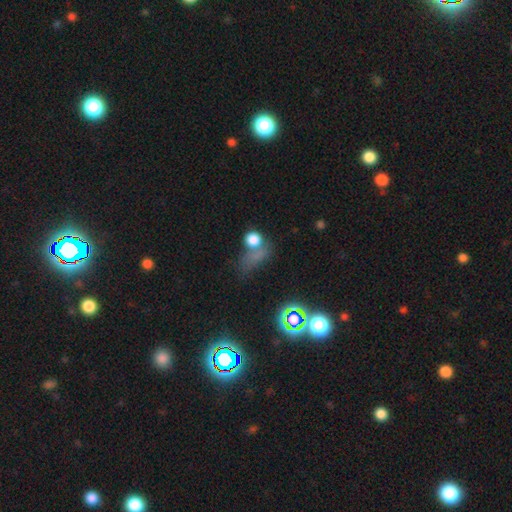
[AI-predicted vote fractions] Smooth or featured? Predicted: smooth (p=0.54). How rounded? Predicted: round (p=0.55). Merging? Predicted: none (p=0.46).